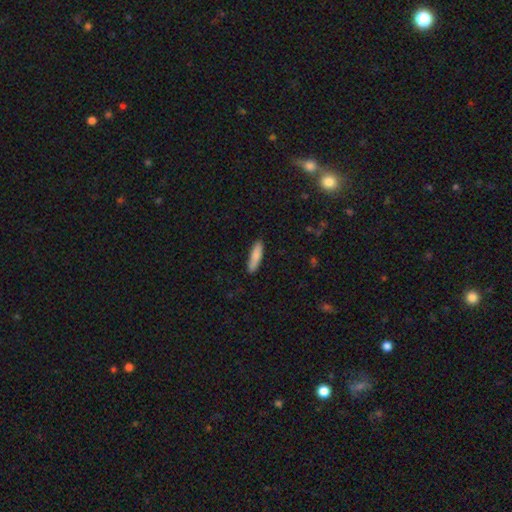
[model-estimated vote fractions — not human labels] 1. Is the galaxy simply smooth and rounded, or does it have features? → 85% smooth, 9% featured or disk, 6% star or artifact.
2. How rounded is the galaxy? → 73% cigar-shaped, 26% in between, 1% round.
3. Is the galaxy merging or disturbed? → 86% none, 11% minor disturbance, 2% major disturbance, 1% merger.